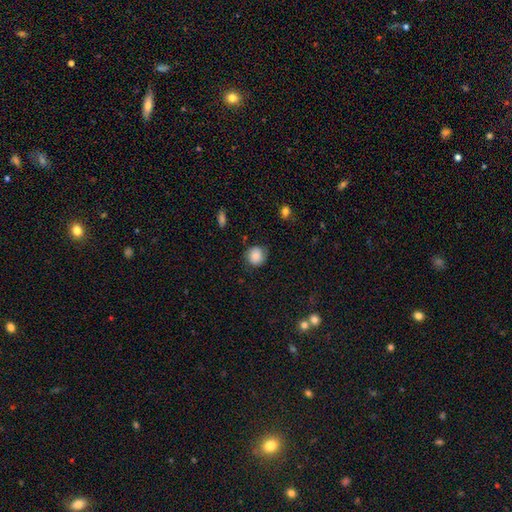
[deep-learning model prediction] The model was most divided on "merging": none: 72%, minor disturbance: 20%, major disturbance: 6%, merger: 2%. More confident: how rounded — round (87%); smooth or featured — smooth (76%).